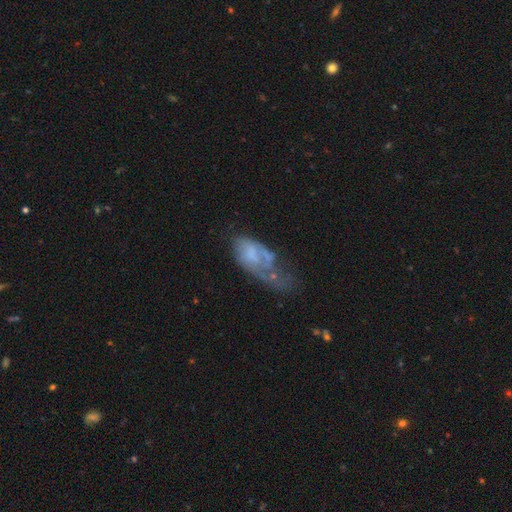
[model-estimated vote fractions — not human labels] A featured or disk galaxy (49%).

Vote fractions:
- Smooth or featured? featured or disk: 49% / smooth: 37% / star or artifact: 14%
- Merging? major disturbance: 37% / none: 27% / minor disturbance: 22% / merger: 14%